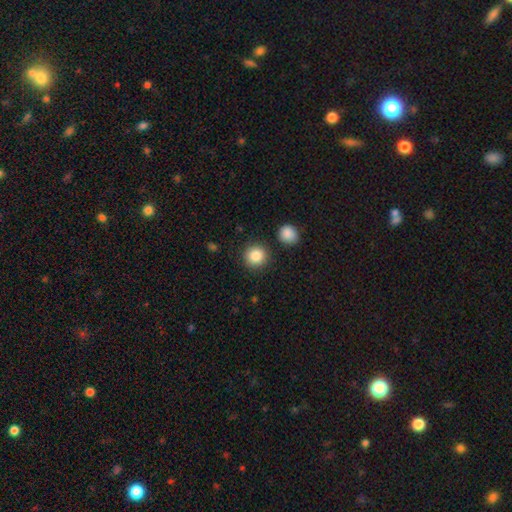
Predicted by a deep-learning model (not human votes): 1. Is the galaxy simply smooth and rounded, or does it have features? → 87% smooth, 9% star or artifact, 5% featured or disk.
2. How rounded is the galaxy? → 93% round, 6% in between, 1% cigar-shaped.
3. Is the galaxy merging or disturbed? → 86% none, 7% minor disturbance, 4% merger, 2% major disturbance.